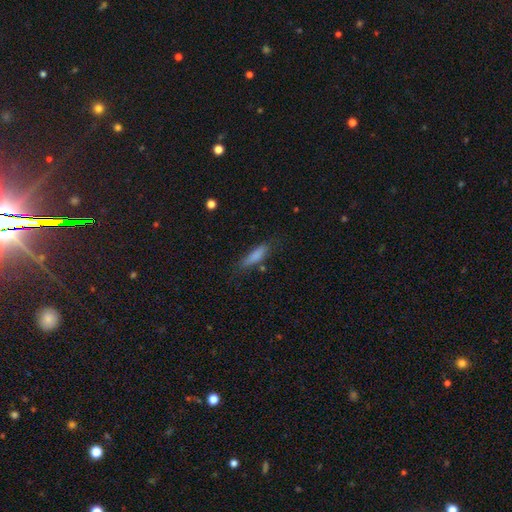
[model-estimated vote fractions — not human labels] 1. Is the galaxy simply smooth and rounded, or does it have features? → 80% smooth, 12% featured or disk, 8% star or artifact.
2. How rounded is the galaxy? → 66% cigar-shaped, 32% in between, 2% round.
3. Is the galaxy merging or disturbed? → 70% none, 21% minor disturbance, 6% major disturbance, 3% merger.